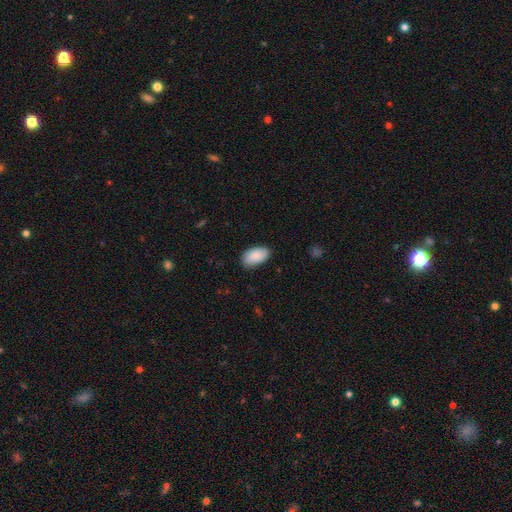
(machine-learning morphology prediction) Smooth or featured? smooth (89%)
How rounded? in between (95%)
Merging? none (84%)